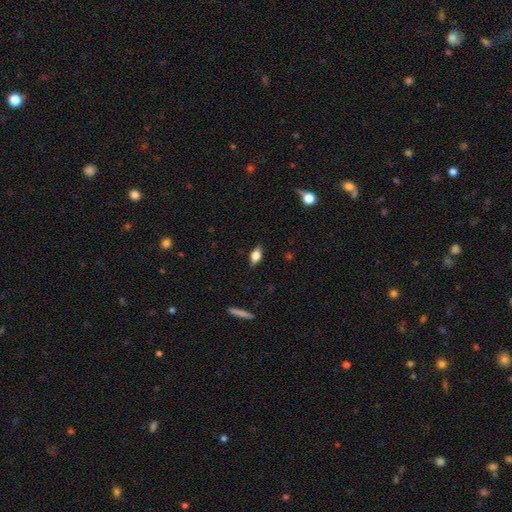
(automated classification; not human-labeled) Smooth or featured: smooth — 69% (featured or disk — 23%)
How rounded: in between — 80% (cigar-shaped — 13%)
Merging: none — 83% (minor disturbance — 13%)